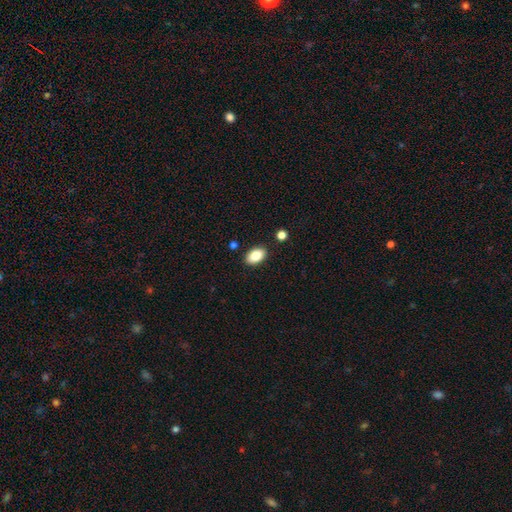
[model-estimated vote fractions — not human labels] A smooth galaxy with no disk features (83%) that is in between round and cigar-shaped (91%).

Vote fractions:
- Smooth or featured? smooth: 83% / featured or disk: 9% / star or artifact: 8%
- How rounded? in between: 91% / round: 7% / cigar-shaped: 2%
- Merging? none: 87% / minor disturbance: 8% / merger: 2% / major disturbance: 2%